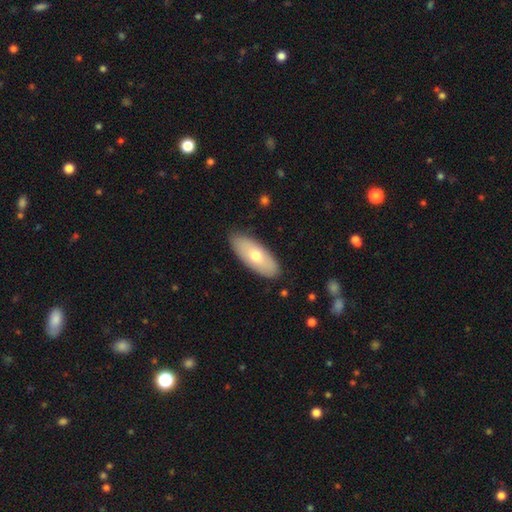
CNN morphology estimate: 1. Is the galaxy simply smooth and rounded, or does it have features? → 65% smooth, 29% featured or disk, 6% star or artifact.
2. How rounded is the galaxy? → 83% in between, 15% cigar-shaped, 2% round.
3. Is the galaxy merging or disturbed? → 86% none, 11% minor disturbance, 2% major disturbance, 1% merger.